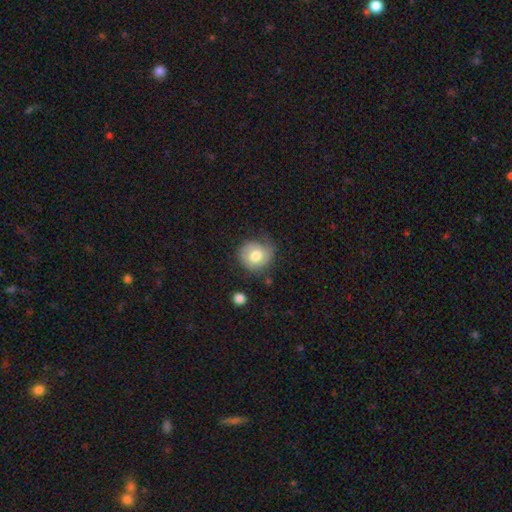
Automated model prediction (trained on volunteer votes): Q: Smooth or featured?
A: smooth (68%); runner-up: featured or disk (24%)
Q: How rounded?
A: round (83%); runner-up: in between (16%)
Q: Merging?
A: none (60%); runner-up: minor disturbance (27%)